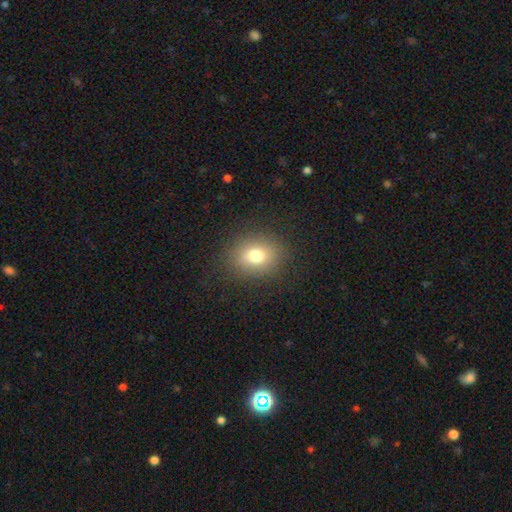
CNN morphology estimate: Smooth or featured: smooth — 76% (star or artifact — 14%)
How rounded: round — 63% (in between — 36%)
Merging: none — 88% (minor disturbance — 8%)